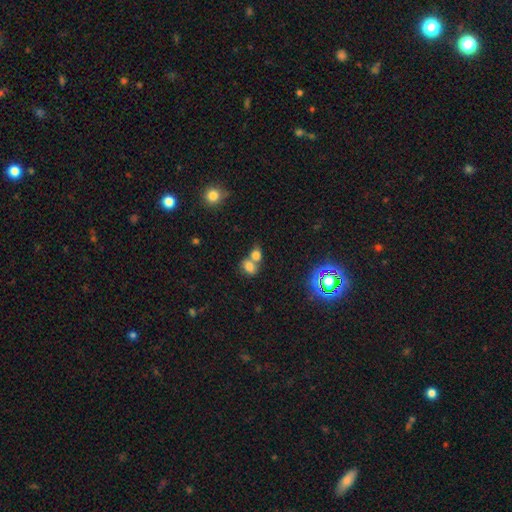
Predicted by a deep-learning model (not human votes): smooth-or-featured: smooth: 74% | star or artifact: 14% | featured or disk: 12%
  how-rounded: in between: 58% | round: 40% | cigar-shaped: 2%
  merging: merger: 65% | none: 26% | minor disturbance: 6% | major disturbance: 3%